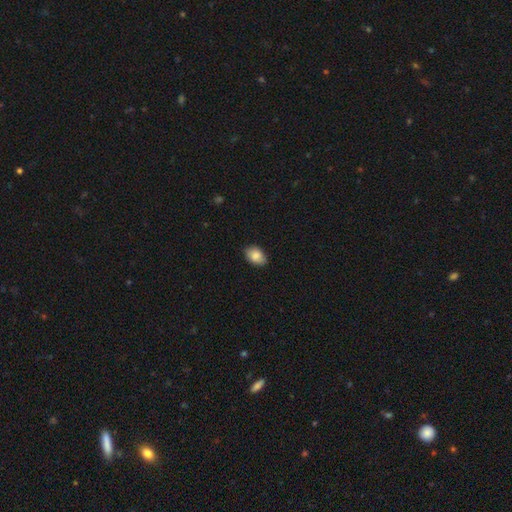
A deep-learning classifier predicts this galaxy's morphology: smooth 86%, star or artifact 7%, featured or disk 7%. Down the decision tree: how rounded — in between (84%); merging — none (82%).